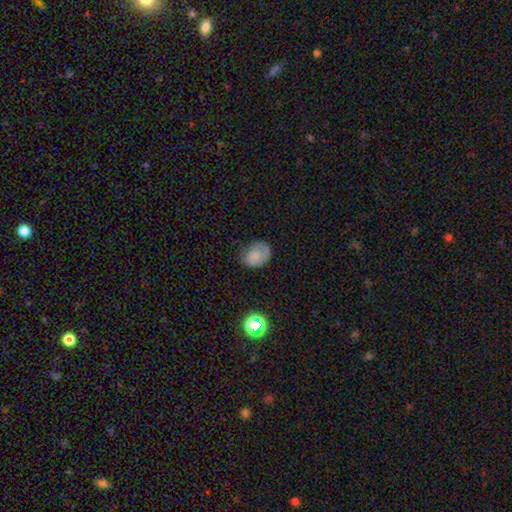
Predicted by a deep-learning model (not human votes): Q: Smooth or featured?
A: smooth (69%); runner-up: featured or disk (21%)
Q: How rounded?
A: round (53%); runner-up: in between (46%)
Q: Merging?
A: none (61%); runner-up: minor disturbance (25%)